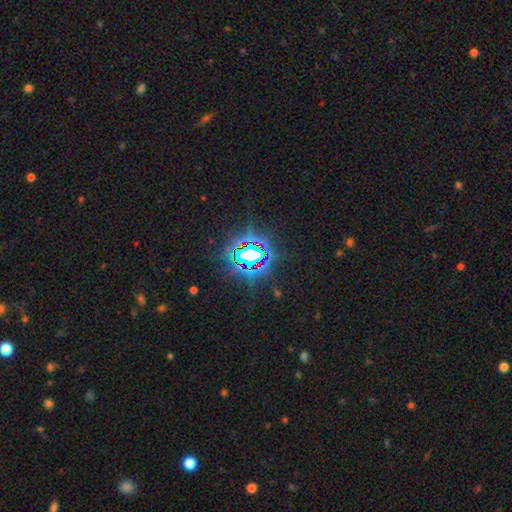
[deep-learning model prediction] smooth_or_featured: star or artifact (p=0.83) [alt: smooth p=0.10]